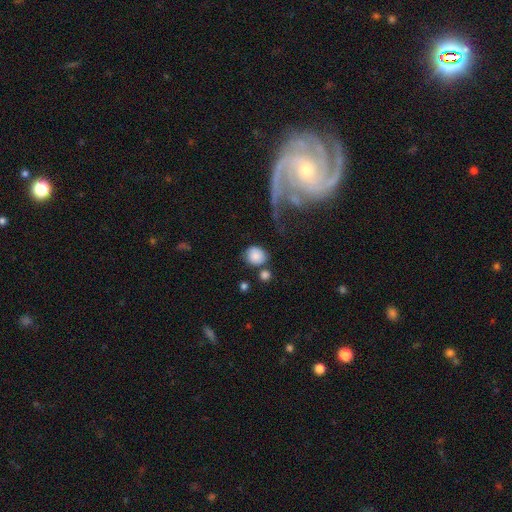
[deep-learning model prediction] The model was most divided on "merging": none: 63%, merger: 15%, minor disturbance: 13%, major disturbance: 8%. More confident: smooth or featured — smooth (81%); how rounded — round (81%).